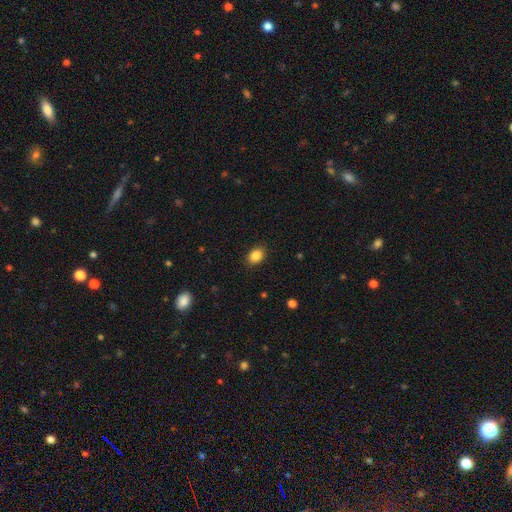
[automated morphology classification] Q: Smooth or featured?
A: smooth (87%); runner-up: star or artifact (9%)
Q: How rounded?
A: in between (70%); runner-up: round (29%)
Q: Merging?
A: none (88%); runner-up: minor disturbance (9%)